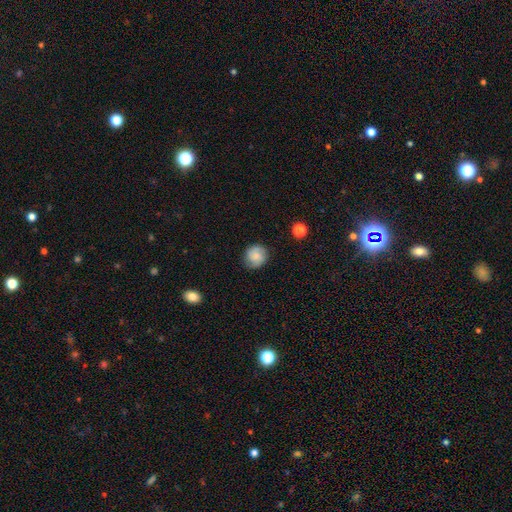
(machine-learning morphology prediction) Smooth or featured?
  - smooth: 64% *
  - featured or disk: 27%
  - star or artifact: 9%
How rounded?
  - round: 87% *
  - in between: 12%
  - cigar-shaped: 1%
Merging?
  - none: 84% *
  - minor disturbance: 11%
  - major disturbance: 3%
  - merger: 1%